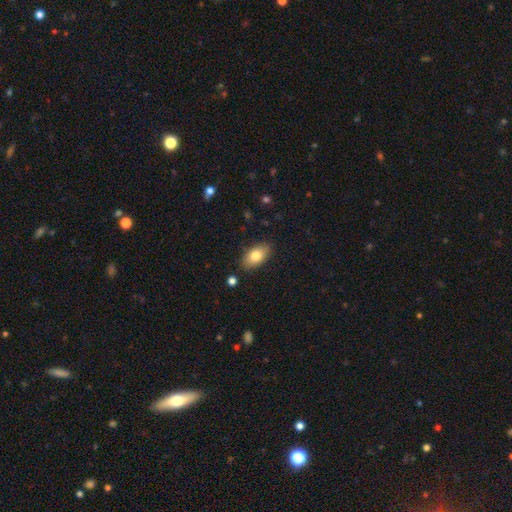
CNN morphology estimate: Smooth or featured? Predicted: smooth (p=0.79). How rounded? Predicted: in between (p=0.91). Merging? Predicted: none (p=0.86).